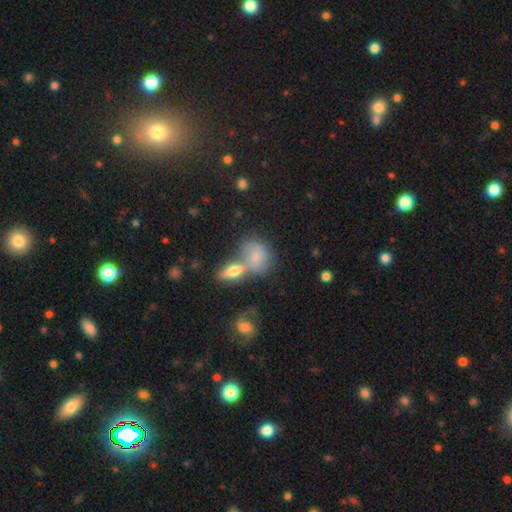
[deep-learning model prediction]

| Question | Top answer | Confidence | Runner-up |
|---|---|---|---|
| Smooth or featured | smooth | 67% | featured or disk (23%) |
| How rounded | in between | 61% | round (34%) |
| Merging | merger | 44% | none (34%) |